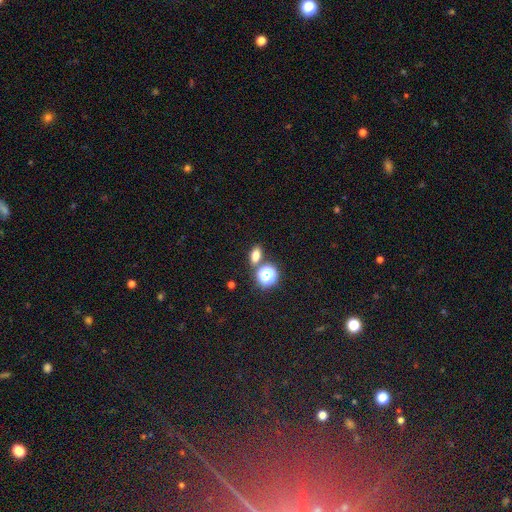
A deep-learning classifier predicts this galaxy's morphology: Smooth or featured? smooth (73%)
How rounded? in between (74%)
Merging? none (75%)